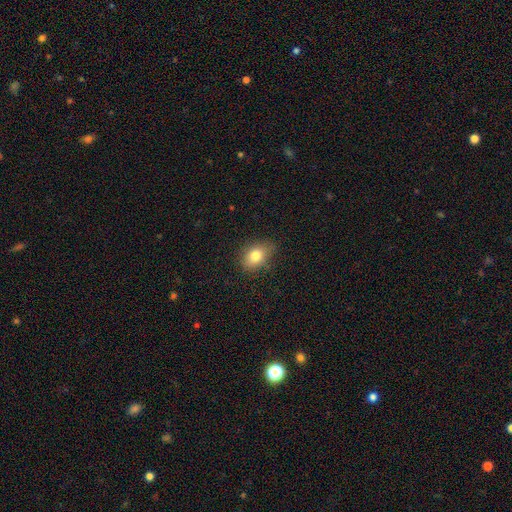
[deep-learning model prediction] Smooth or featured: smooth — 79% (featured or disk — 11%)
How rounded: in between — 73% (round — 25%)
Merging: none — 77% (minor disturbance — 18%)